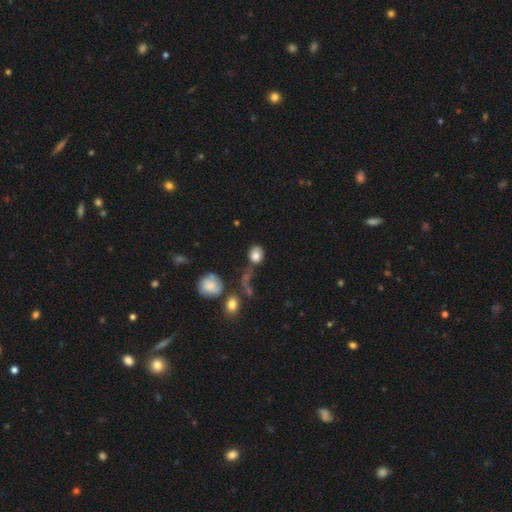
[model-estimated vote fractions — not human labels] A smooth galaxy with no disk features (81%) that is round (55%). Merging: none (44%).